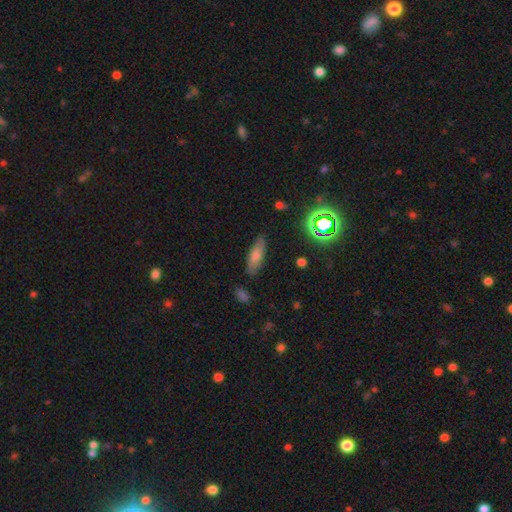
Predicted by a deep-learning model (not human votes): This appears to be a smooth galaxy with no disk features (73%) that is in between round and cigar-shaped (58%). Merging: none (82%).